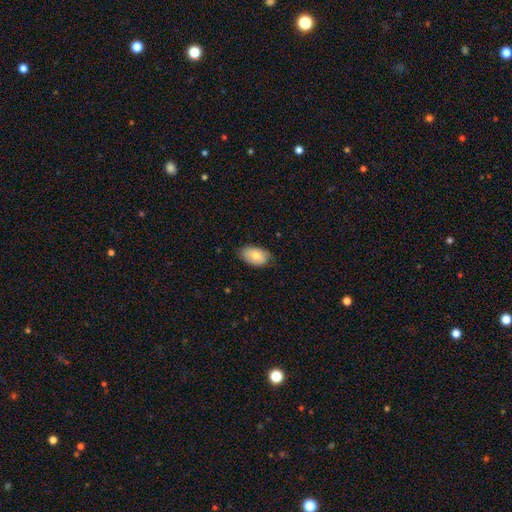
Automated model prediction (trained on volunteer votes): Smooth or featured?
  - smooth: 77% *
  - featured or disk: 16%
  - star or artifact: 7%
How rounded?
  - in between: 92% *
  - round: 6%
  - cigar-shaped: 1%
Merging?
  - none: 75% *
  - minor disturbance: 21%
  - major disturbance: 3%
  - merger: 1%